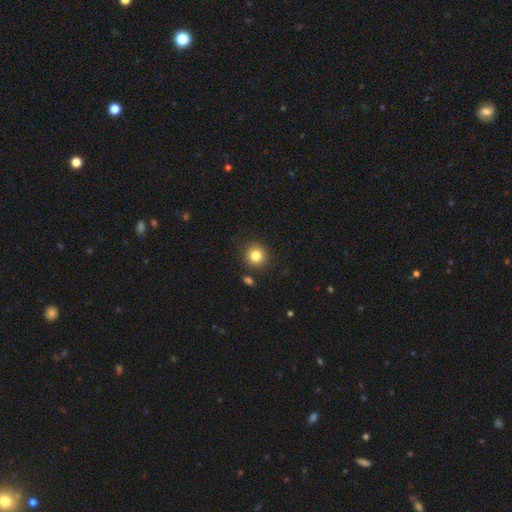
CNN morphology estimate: A smooth galaxy with no disk features (82%) that is round (92%). Merging: none (86%).